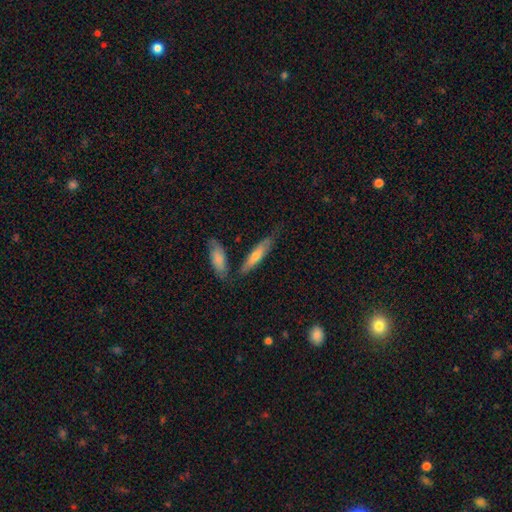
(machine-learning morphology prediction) Smooth or featured: smooth — 53% (featured or disk — 40%)
How rounded: cigar-shaped — 76% (in between — 22%)
Merging: none — 69% (minor disturbance — 17%)